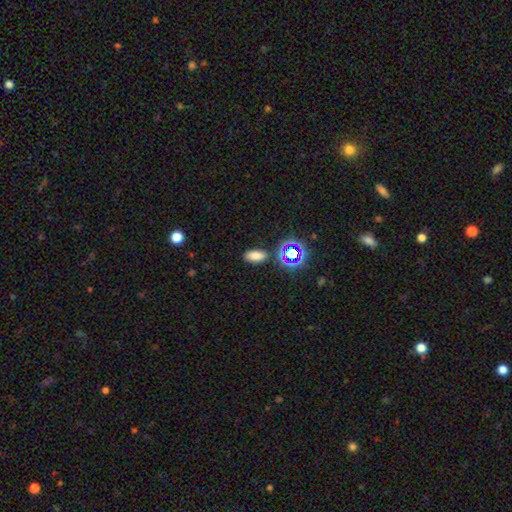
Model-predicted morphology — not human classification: Smooth or featured? smooth (76%)
How rounded? in between (89%)
Merging? none (83%)